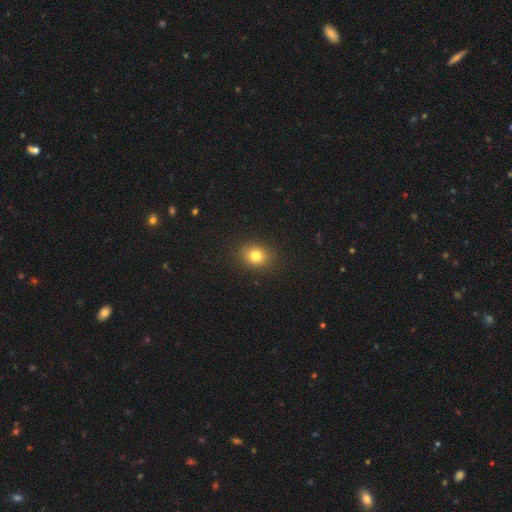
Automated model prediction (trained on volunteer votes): A smooth galaxy with no disk features (79%) that is round (67%). Merging: none (88%).